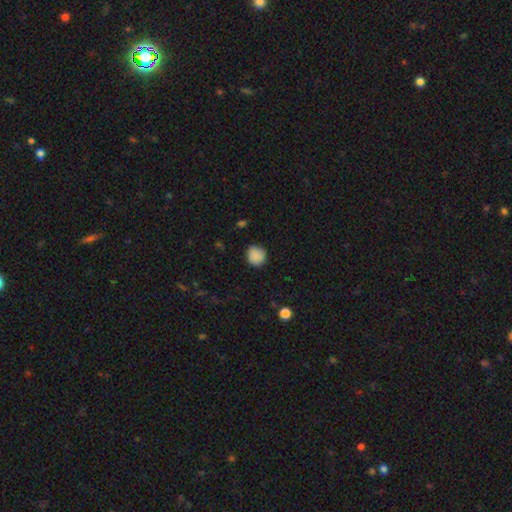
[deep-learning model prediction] Morphology: type=smooth (88%); roundness=round (90%); merging=none (85%).